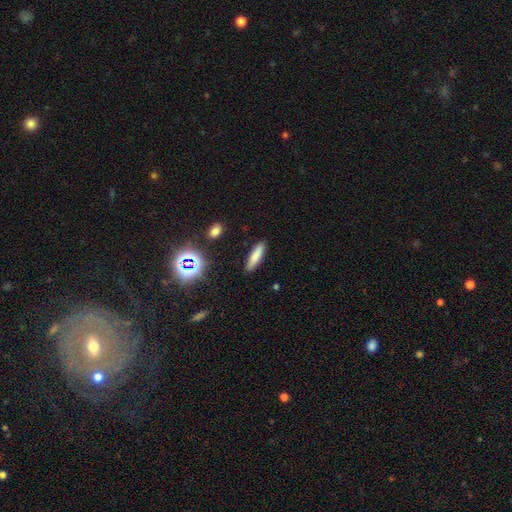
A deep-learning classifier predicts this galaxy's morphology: A smooth galaxy with no disk features (79%) that is cigar-shaped (66%).

Vote fractions:
- Smooth or featured? smooth: 79% / star or artifact: 11% / featured or disk: 10%
- How rounded? cigar-shaped: 66% / in between: 32% / round: 2%
- Merging? none: 88% / minor disturbance: 8% / major disturbance: 2% / merger: 2%